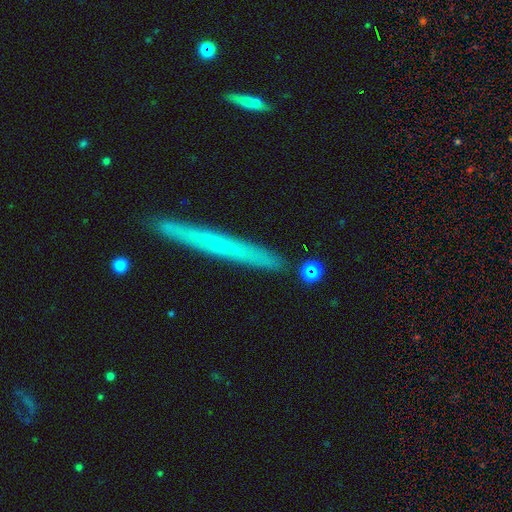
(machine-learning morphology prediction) A featured or disk galaxy (49%).

Vote fractions:
- Smooth or featured? featured or disk: 49% / smooth: 44% / star or artifact: 7%
- Merging? none: 89% / minor disturbance: 7% / merger: 2% / major disturbance: 2%